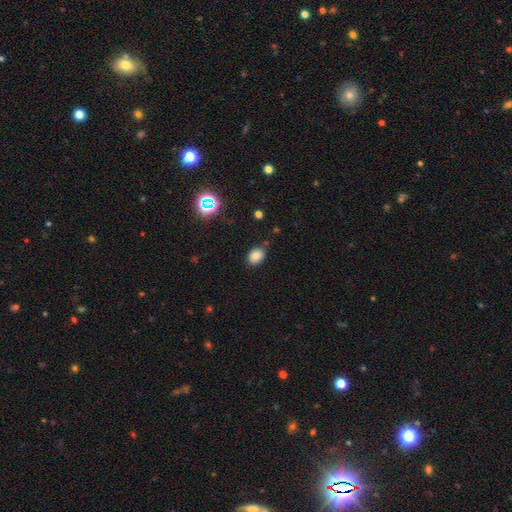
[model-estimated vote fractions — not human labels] smooth 81%, star or artifact 13%, featured or disk 6%. Down the decision tree: how rounded — in between (74%); merging — none (81%).